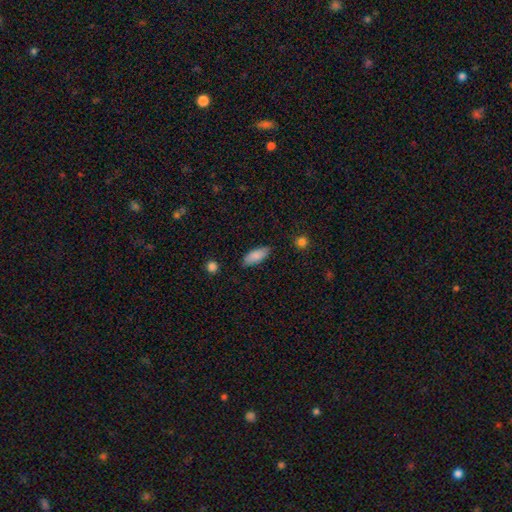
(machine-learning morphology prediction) The model was most divided on "how rounded": in between: 80%, cigar-shaped: 18%, round: 2%. More confident: smooth or featured — smooth (85%); merging — none (82%).